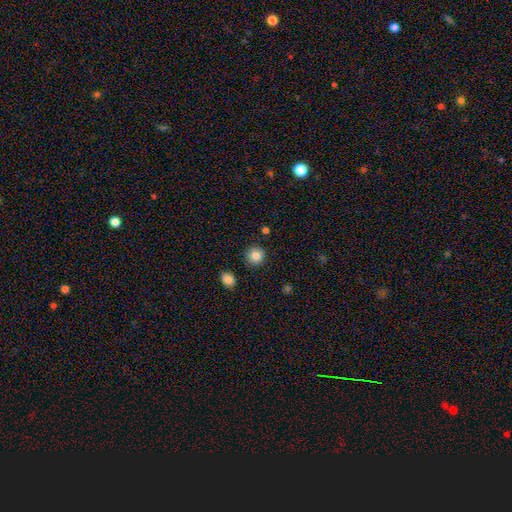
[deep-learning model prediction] This appears to be a smooth galaxy with no disk features (84%) that is round (92%). Merging: none (90%).